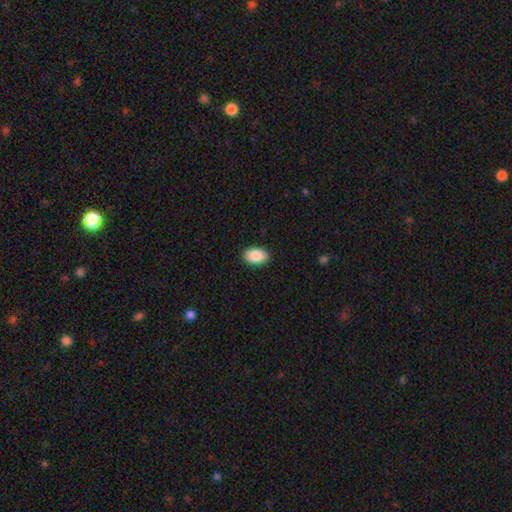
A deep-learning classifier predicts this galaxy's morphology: Smooth or featured?
  - smooth: 89% *
  - star or artifact: 7%
  - featured or disk: 5%
How rounded?
  - in between: 91% *
  - round: 7%
  - cigar-shaped: 1%
Merging?
  - none: 90% *
  - minor disturbance: 8%
  - major disturbance: 2%
  - merger: 1%